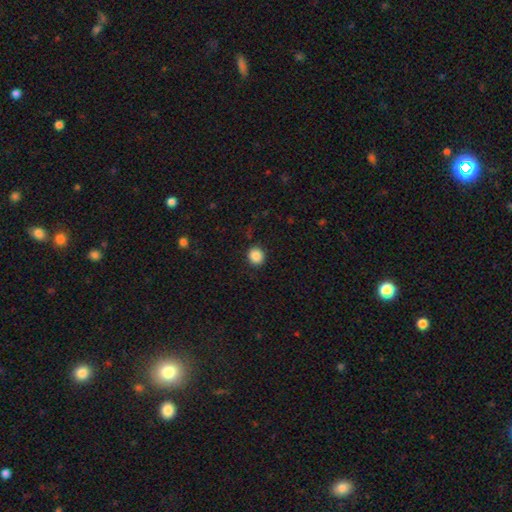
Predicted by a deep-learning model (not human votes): Morphology: type=smooth (87%); roundness=round (86%); merging=none (90%).